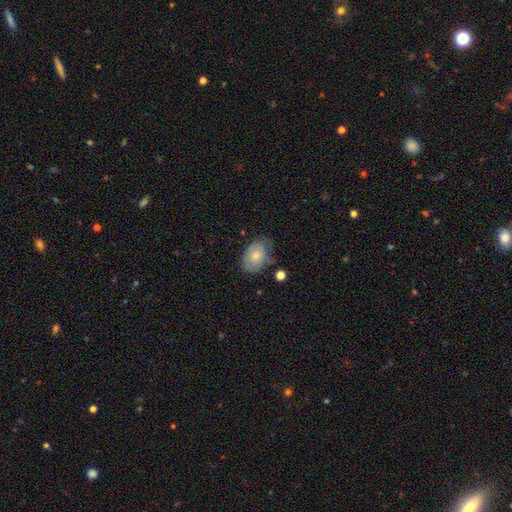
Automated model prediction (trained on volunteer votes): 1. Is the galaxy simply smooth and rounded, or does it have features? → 62% smooth, 31% featured or disk, 7% star or artifact.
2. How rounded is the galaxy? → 81% in between, 18% round, 1% cigar-shaped.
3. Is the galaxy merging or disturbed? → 52% none, 32% minor disturbance, 12% major disturbance, 4% merger.